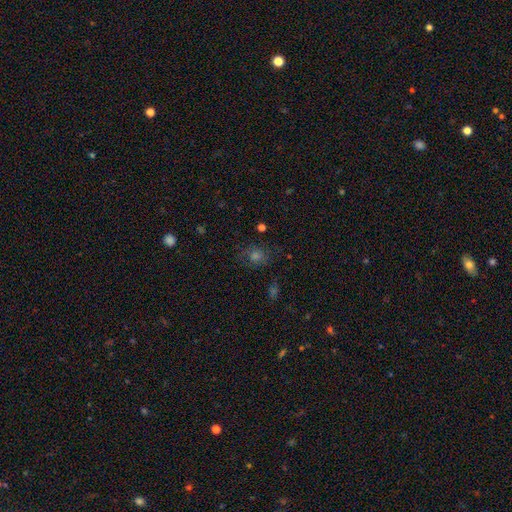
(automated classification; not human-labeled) smooth-or-featured: smooth: 51% | star or artifact: 32% | featured or disk: 16%
  how-rounded: round: 69% | in between: 29% | cigar-shaped: 1%
  merging: none: 77% | minor disturbance: 14% | major disturbance: 6% | merger: 2%